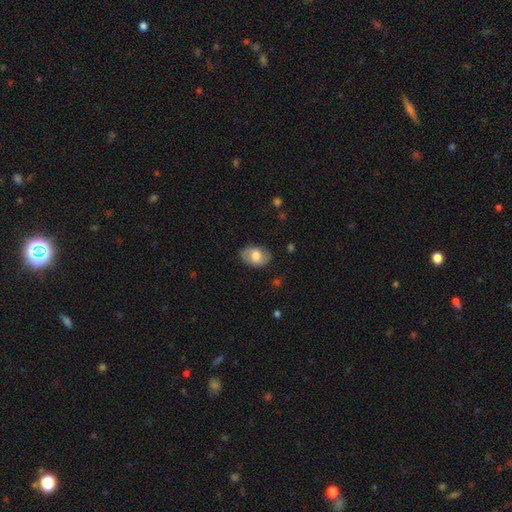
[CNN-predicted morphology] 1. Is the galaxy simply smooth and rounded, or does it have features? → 65% smooth, 28% featured or disk, 7% star or artifact.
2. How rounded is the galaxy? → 84% in between, 15% round, 1% cigar-shaped.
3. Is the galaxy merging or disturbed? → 78% none, 16% minor disturbance, 5% major disturbance, 1% merger.